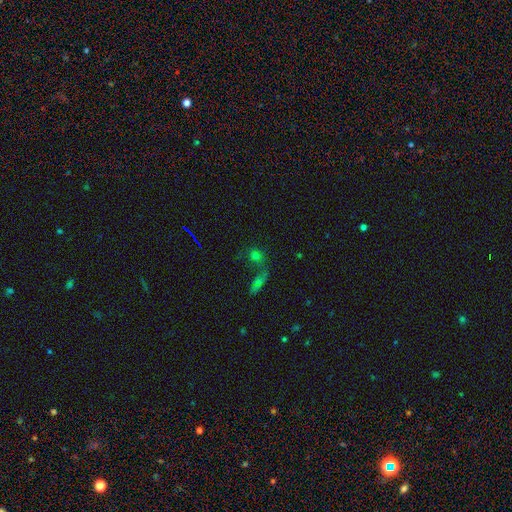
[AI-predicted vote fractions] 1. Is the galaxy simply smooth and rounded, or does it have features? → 58% smooth, 28% star or artifact, 14% featured or disk.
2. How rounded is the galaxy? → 69% round, 25% in between, 6% cigar-shaped.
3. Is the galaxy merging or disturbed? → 45% none, 39% merger, 9% minor disturbance, 7% major disturbance.